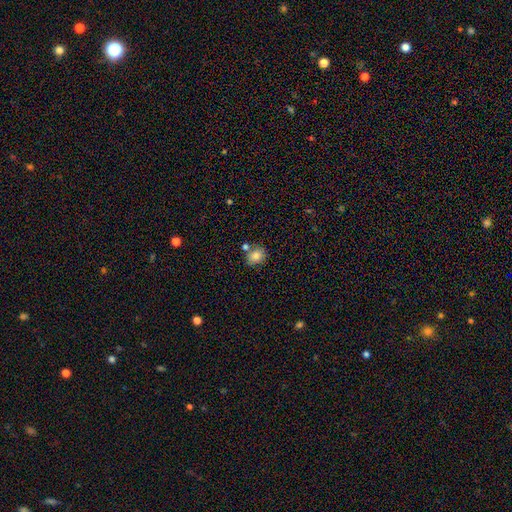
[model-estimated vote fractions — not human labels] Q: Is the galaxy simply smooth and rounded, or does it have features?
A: smooth — 79%.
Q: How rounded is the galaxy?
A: round — 66%.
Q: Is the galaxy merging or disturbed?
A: none — 67%.